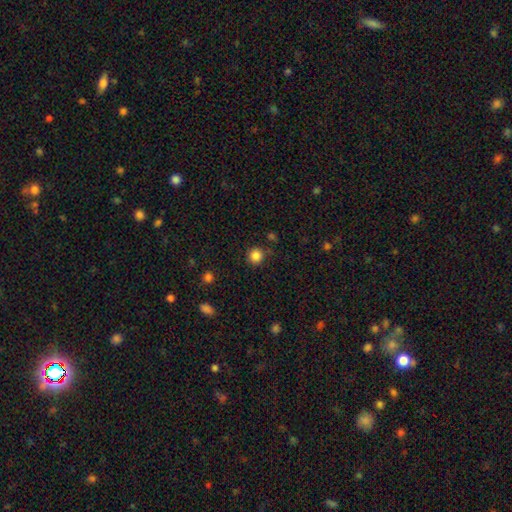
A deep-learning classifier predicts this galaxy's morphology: This appears to be a smooth galaxy with no disk features (85%) that is round (94%). Merging: none (87%).